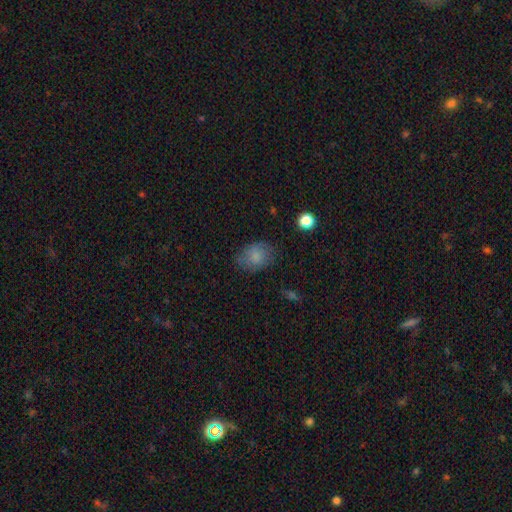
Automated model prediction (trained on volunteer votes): Morphology: type=smooth (80%); roundness=in between (57%); merging=none (73%).